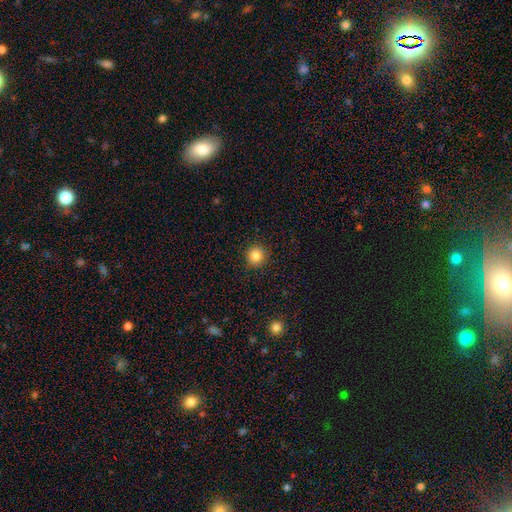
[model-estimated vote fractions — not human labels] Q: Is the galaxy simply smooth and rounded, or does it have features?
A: smooth — 85%.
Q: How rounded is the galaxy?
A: round — 93%.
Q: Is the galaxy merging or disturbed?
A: none — 92%.